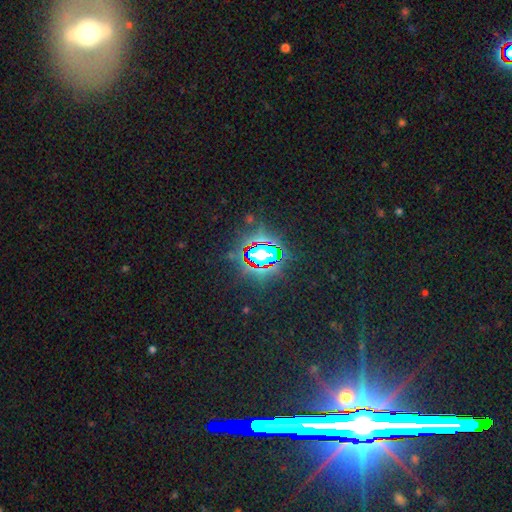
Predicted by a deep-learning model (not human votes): Smooth or featured? star or artifact (84%)